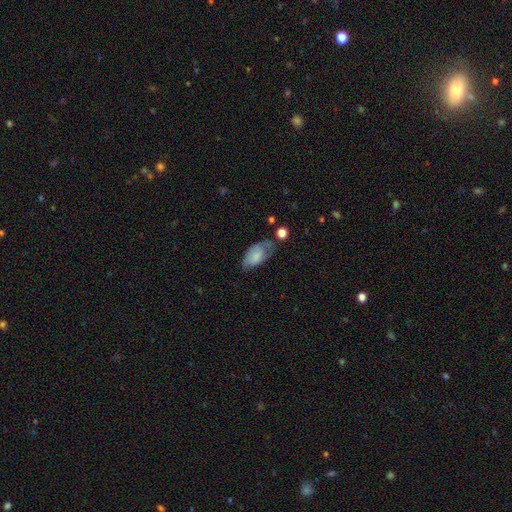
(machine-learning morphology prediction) smooth-or-featured: smooth: 70% | featured or disk: 23% | star or artifact: 8%
  how-rounded: in between: 93% | round: 4% | cigar-shaped: 3%
  merging: minor disturbance: 38% | none: 36% | major disturbance: 21% | merger: 5%